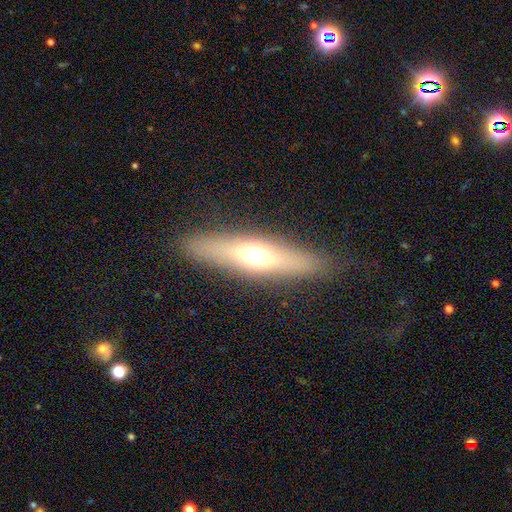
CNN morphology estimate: smooth_or_featured: smooth (p=0.46) [alt: featured or disk p=0.45]
merging: none (p=0.88) [alt: minor disturbance p=0.08]